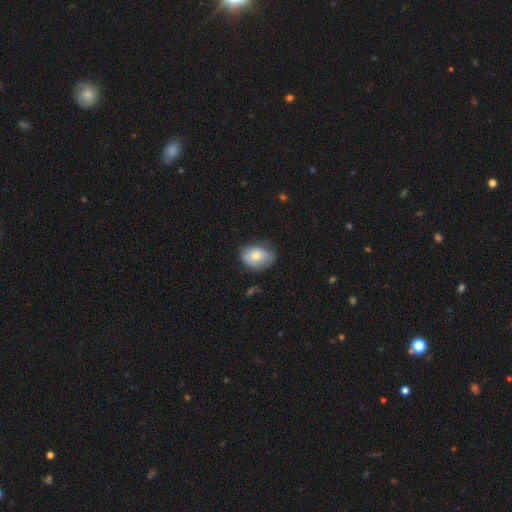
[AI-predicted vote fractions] Smooth or featured?
  - smooth: 67% *
  - featured or disk: 25%
  - star or artifact: 7%
How rounded?
  - in between: 67% *
  - round: 32%
  - cigar-shaped: 1%
Merging?
  - none: 57% *
  - minor disturbance: 32%
  - major disturbance: 9%
  - merger: 2%